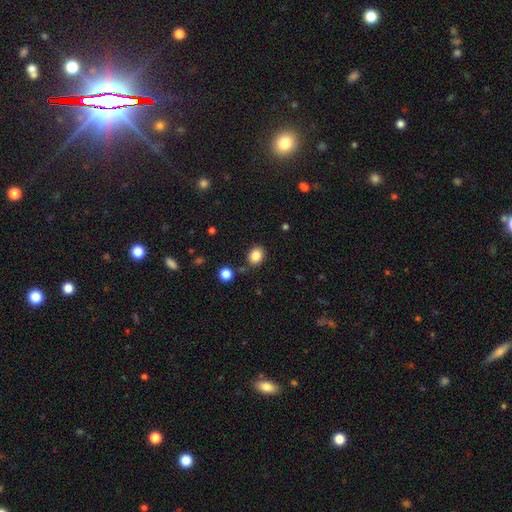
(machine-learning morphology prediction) This is clearly a smooth galaxy (84%). How rounded: possibly round (54%). Merging: clearly none (83%).